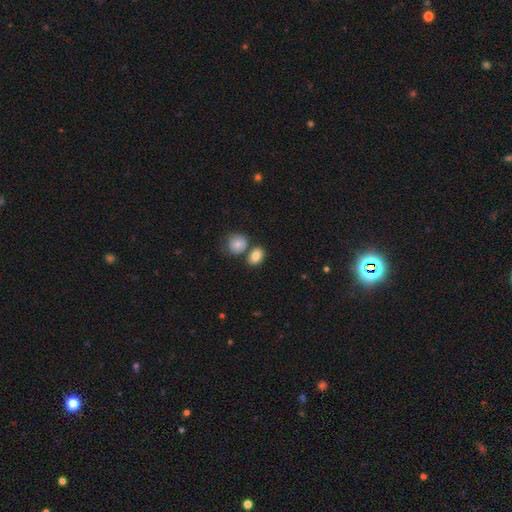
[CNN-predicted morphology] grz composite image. It shows a smooth galaxy with no disk features (83%) that is in between round and cigar-shaped (76%). Merging: none (60%).